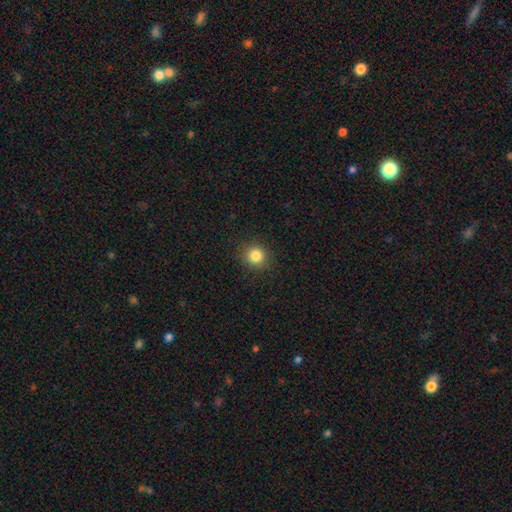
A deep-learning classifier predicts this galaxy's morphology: smooth-or-featured: smooth: 84% | star or artifact: 11% | featured or disk: 5%
  how-rounded: round: 91% | in between: 8% | cigar-shaped: 1%
  merging: none: 91% | minor disturbance: 6% | major disturbance: 2% | merger: 1%